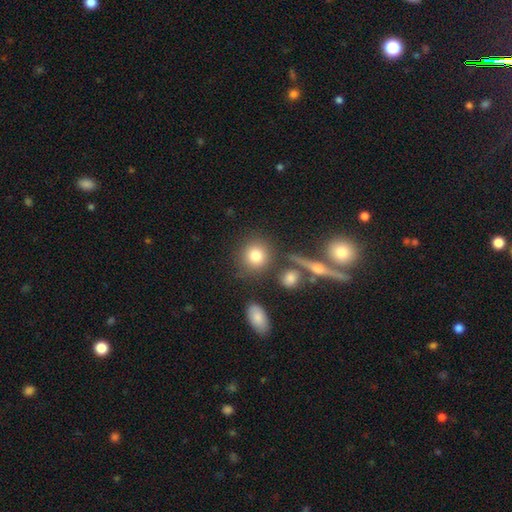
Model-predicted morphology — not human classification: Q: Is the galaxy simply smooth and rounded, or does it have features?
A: smooth — 79%.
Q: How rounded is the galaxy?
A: round — 85%.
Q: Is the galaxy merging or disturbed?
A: none — 76%.